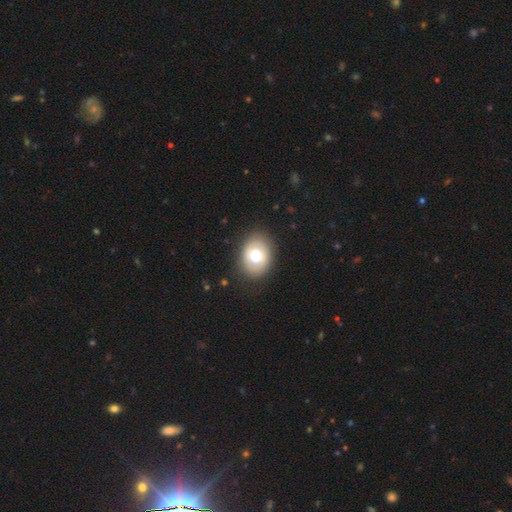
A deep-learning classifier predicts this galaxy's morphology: smooth_or_featured: smooth (p=0.71) [alt: featured or disk p=0.21]
how_rounded: in between (p=0.68) [alt: round p=0.32]
merging: none (p=0.85) [alt: minor disturbance p=0.11]